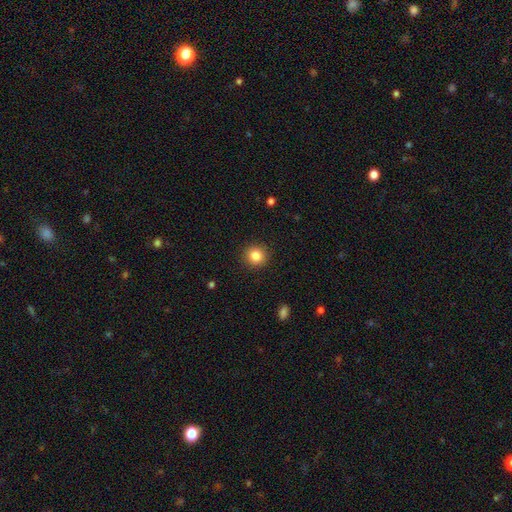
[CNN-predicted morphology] smooth 84%, star or artifact 10%, featured or disk 5%. Down the decision tree: how rounded — round (93%); merging — none (91%).